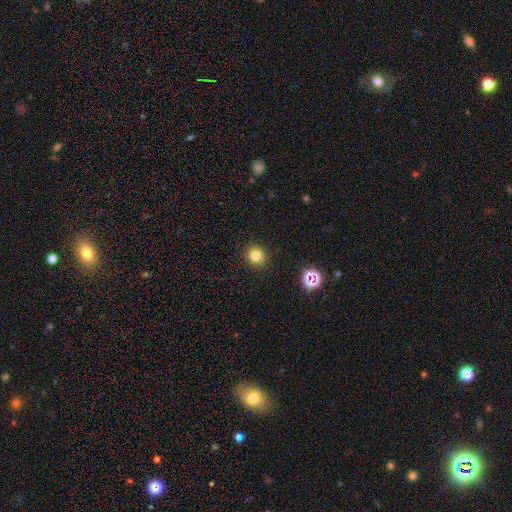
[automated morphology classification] type=smooth (80%); roundness=round (87%); merging=none (91%).